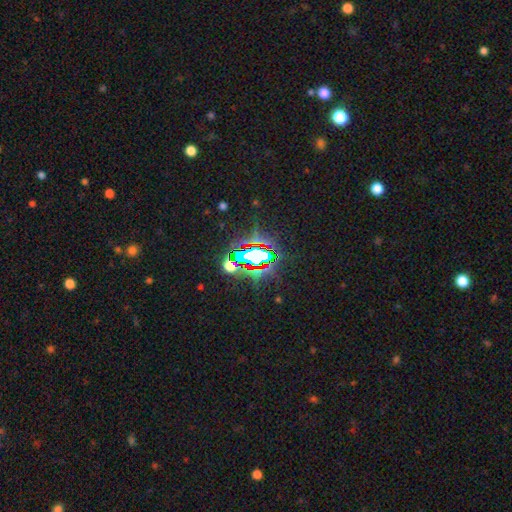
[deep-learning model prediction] Overall: star or artifact (71%).